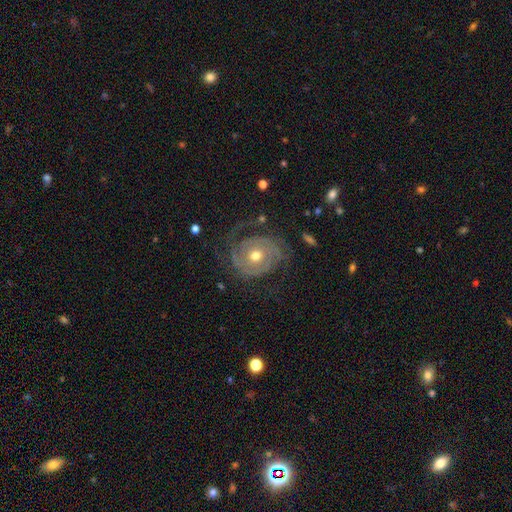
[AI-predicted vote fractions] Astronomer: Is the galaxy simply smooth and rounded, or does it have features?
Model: featured or disk — 87%.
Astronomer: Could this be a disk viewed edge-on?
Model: no — 97%.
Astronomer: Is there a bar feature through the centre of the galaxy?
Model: no — 77%.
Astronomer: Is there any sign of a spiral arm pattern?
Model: yes — 95%.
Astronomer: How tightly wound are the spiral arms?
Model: tight — 63%.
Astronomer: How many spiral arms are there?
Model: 2 — 45%.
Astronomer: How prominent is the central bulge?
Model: moderate — 71%.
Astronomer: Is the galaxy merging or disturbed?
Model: none — 65%.